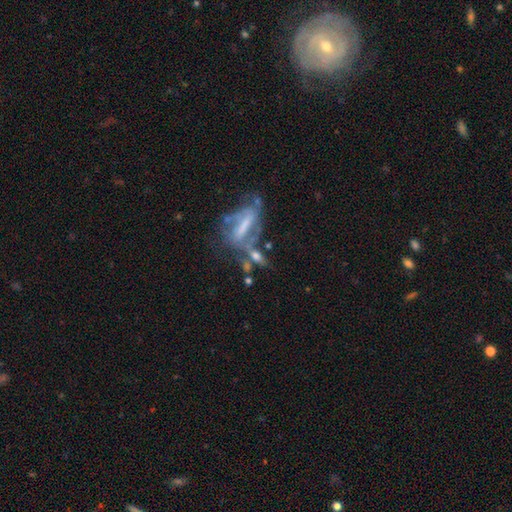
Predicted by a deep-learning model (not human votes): This appears to be a smooth galaxy with no disk features (45%). Merging: none (41%).